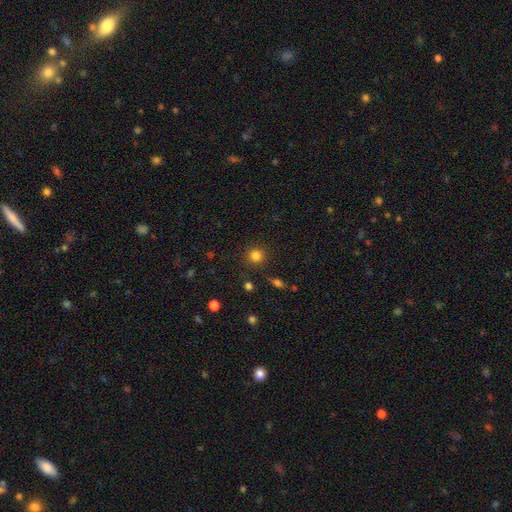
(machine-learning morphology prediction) smooth-or-featured: smooth: 83% | star or artifact: 13% | featured or disk: 5%
  how-rounded: round: 92% | in between: 7% | cigar-shaped: 1%
  merging: none: 88% | minor disturbance: 7% | major disturbance: 3% | merger: 2%